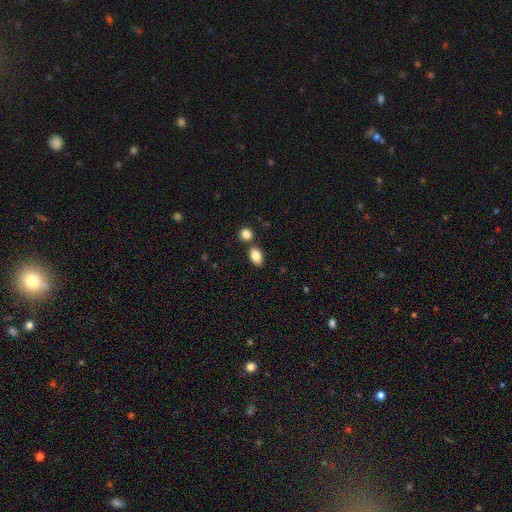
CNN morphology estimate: Q: Smooth or featured?
A: smooth (86%); runner-up: star or artifact (9%)
Q: How rounded?
A: in between (83%); runner-up: round (15%)
Q: Merging?
A: none (72%); runner-up: merger (14%)